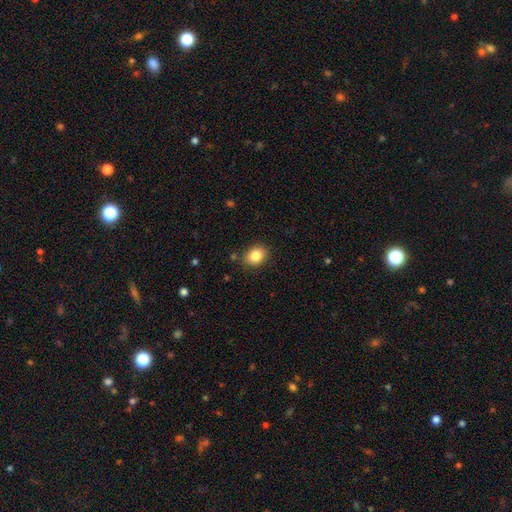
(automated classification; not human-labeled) The model was most divided on "how rounded": in between: 55%, round: 45%, cigar-shaped: 1%. More confident: merging — none (85%); smooth or featured — smooth (84%).